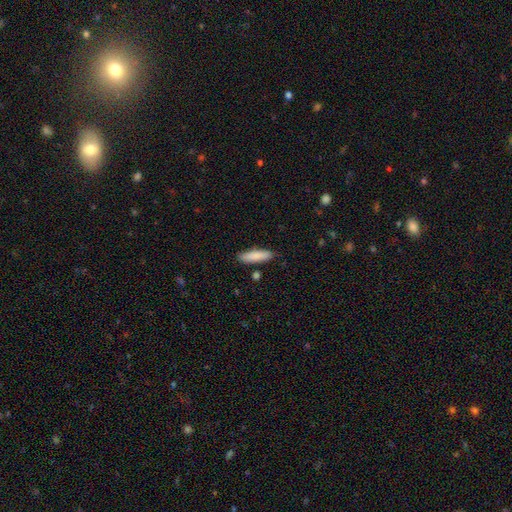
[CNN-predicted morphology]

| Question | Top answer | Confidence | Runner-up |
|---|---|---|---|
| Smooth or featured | smooth | 86% | featured or disk (9%) |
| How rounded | cigar-shaped | 63% | in between (36%) |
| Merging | none | 86% | minor disturbance (10%) |